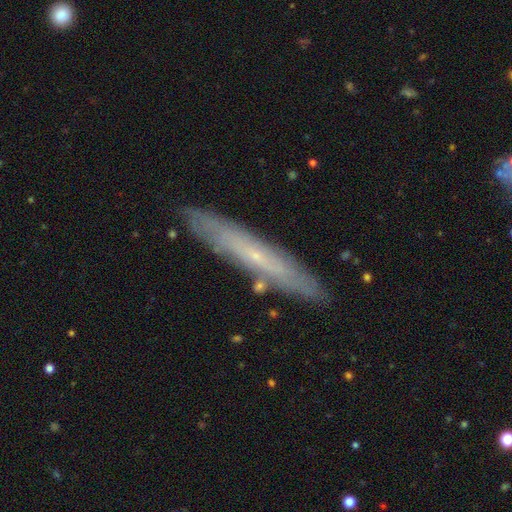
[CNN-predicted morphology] Smooth or featured? Predicted: featured or disk (p=0.62). Edge-on disk? Predicted: yes (p=0.73). Merging? Predicted: none (p=0.87).